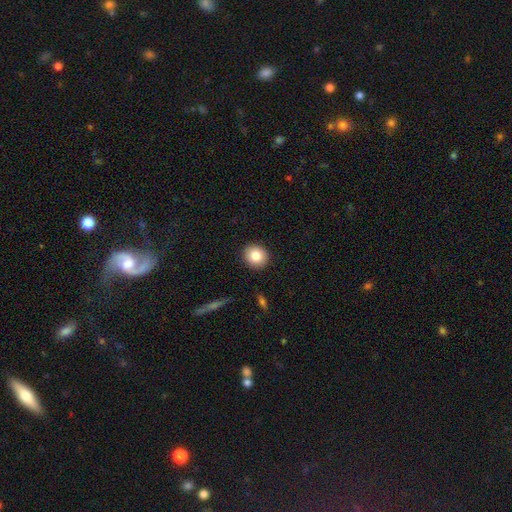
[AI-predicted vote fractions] A smooth galaxy with no disk features (82%) that is round (87%).

Vote fractions:
- Smooth or featured? smooth: 82% / star or artifact: 9% / featured or disk: 8%
- How rounded? round: 87% / in between: 12% / cigar-shaped: 1%
- Merging? none: 91% / minor disturbance: 6% / major disturbance: 2% / merger: 1%